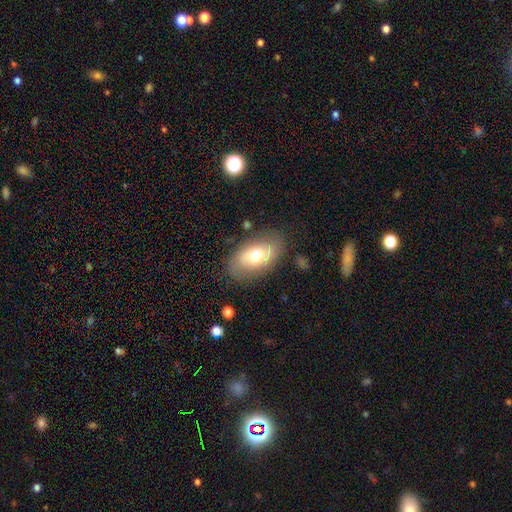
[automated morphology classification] A smooth galaxy with no disk features (53%) that is in between round and cigar-shaped (91%). Merging: none (78%).